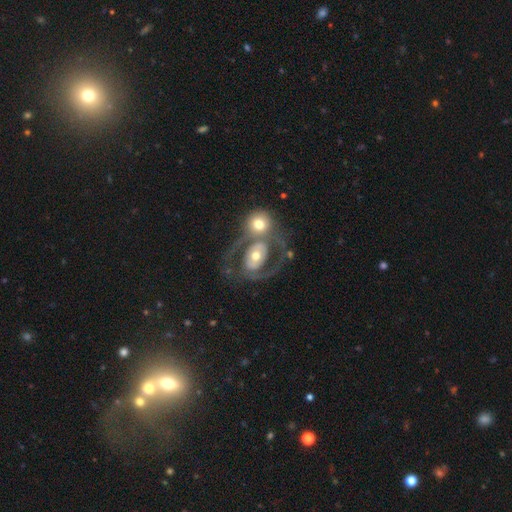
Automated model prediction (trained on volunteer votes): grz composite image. It shows a featured or disk galaxy (68%) with no bar (68%), spiral arms (52%) and a moderate central bulge (70%). Merging: none (37%).